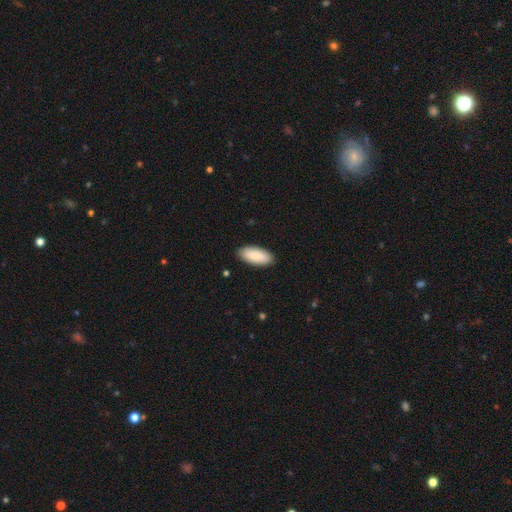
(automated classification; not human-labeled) This appears to be a smooth galaxy with no disk features (89%) that is in between round and cigar-shaped (88%). Merging: none (89%).